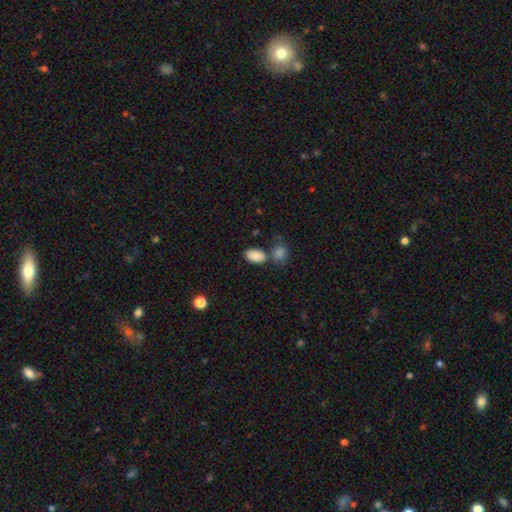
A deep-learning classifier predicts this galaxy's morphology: This appears to be a smooth galaxy with no disk features (88%) that is in between round and cigar-shaped (93%). Merging: none (59%).